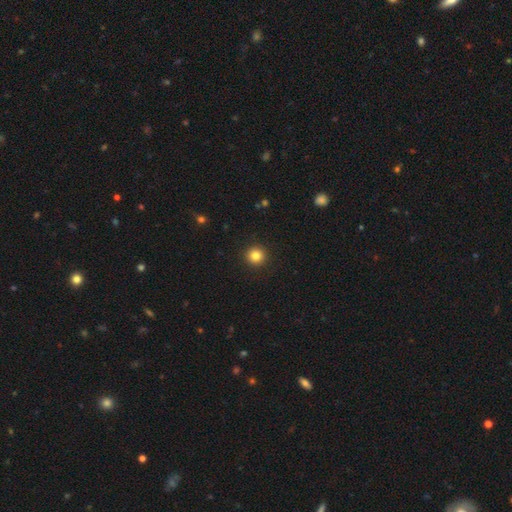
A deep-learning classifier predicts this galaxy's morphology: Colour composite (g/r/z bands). It shows a smooth galaxy with no disk features (83%) that is round (95%). Merging: none (93%).